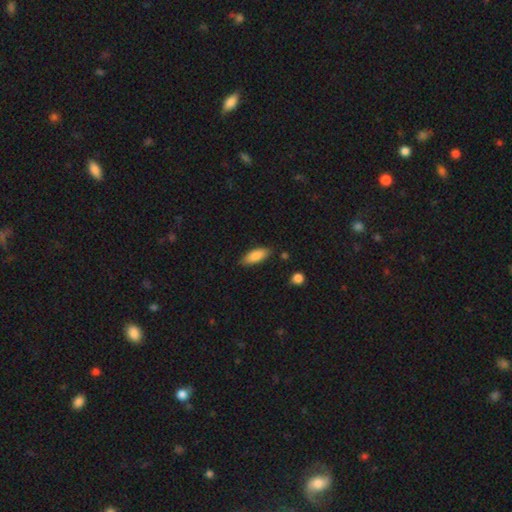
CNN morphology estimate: This is clearly a smooth galaxy (86%). How rounded: likely in between (75%). Merging: clearly none (83%).